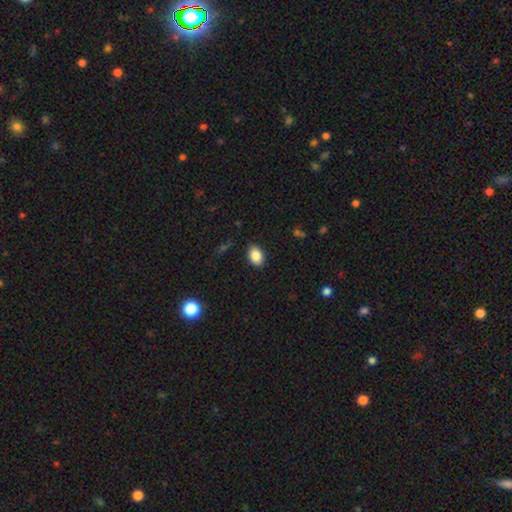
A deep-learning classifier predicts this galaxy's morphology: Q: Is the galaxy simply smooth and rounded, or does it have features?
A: smooth — 87%.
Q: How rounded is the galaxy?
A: in between — 84%.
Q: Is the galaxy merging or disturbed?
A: none — 88%.